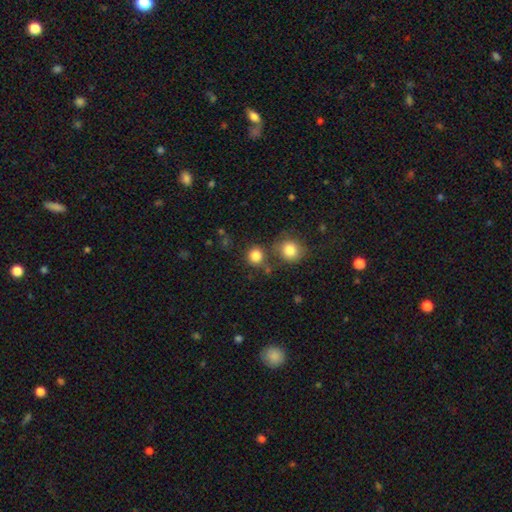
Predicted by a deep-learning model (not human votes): A smooth galaxy with no disk features (83%) that is round (89%). Merging: none (70%).